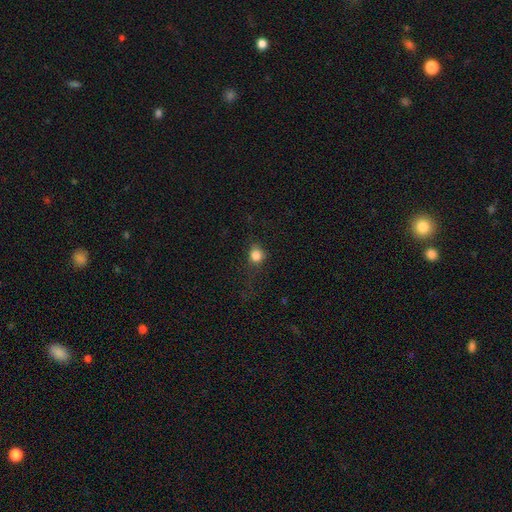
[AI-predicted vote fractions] Smooth or featured? Predicted: smooth (p=0.82). How rounded? Predicted: round (p=0.79). Merging? Predicted: none (p=0.70).